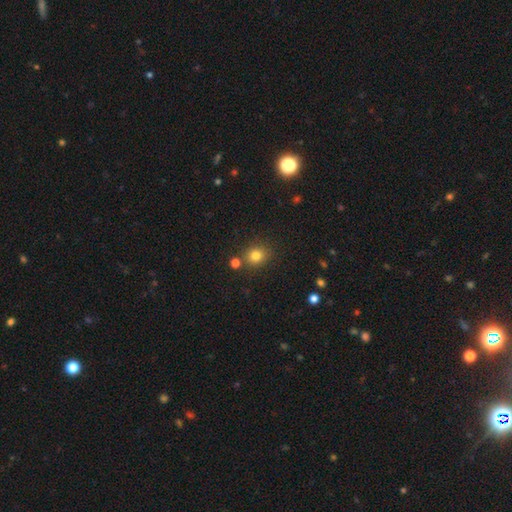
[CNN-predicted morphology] A smooth galaxy with no disk features (80%) that is round (80%). Merging: none (78%).